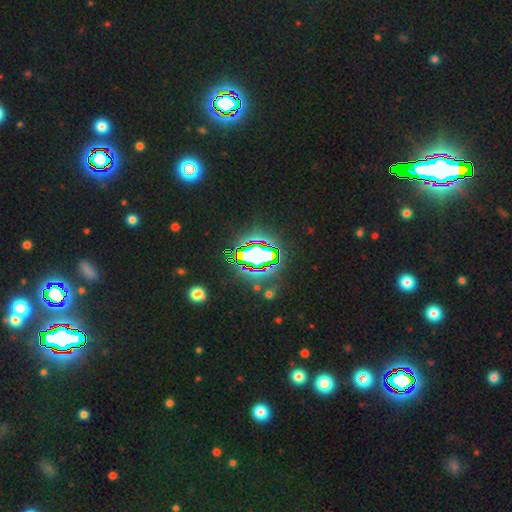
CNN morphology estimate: smooth-or-featured: star or artifact: 71% | smooth: 16% | featured or disk: 13%